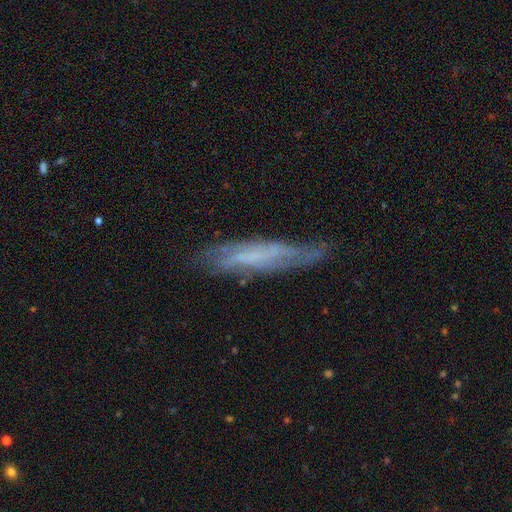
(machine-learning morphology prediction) Q: Smooth or featured?
A: featured or disk (59%); runner-up: smooth (32%)
Q: Edge-on disk?
A: yes (58%); runner-up: no (42%)
Q: Merging?
A: none (66%); runner-up: minor disturbance (24%)